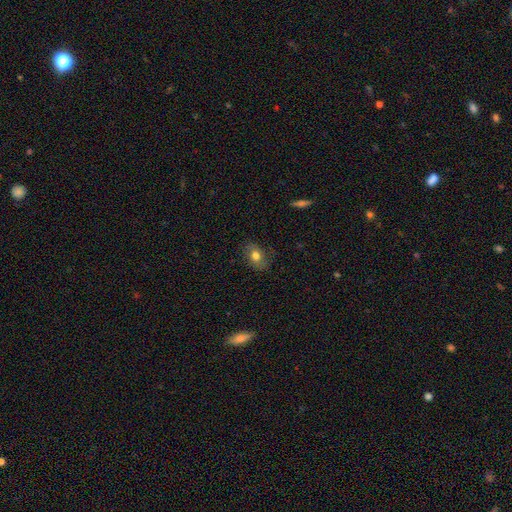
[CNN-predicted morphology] This is likely a smooth galaxy (71%). How rounded: likely in between (74%). Merging: clearly none (81%).